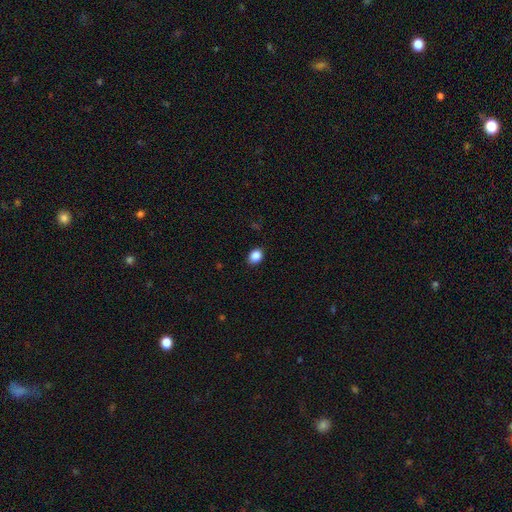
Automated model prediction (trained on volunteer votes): A smooth galaxy with no disk features (87%) that is in between round and cigar-shaped (55%).

Vote fractions:
- Smooth or featured? smooth: 87% / star or artifact: 9% / featured or disk: 3%
- How rounded? in between: 55% / round: 44% / cigar-shaped: 1%
- Merging? none: 87% / minor disturbance: 9% / major disturbance: 2% / merger: 1%